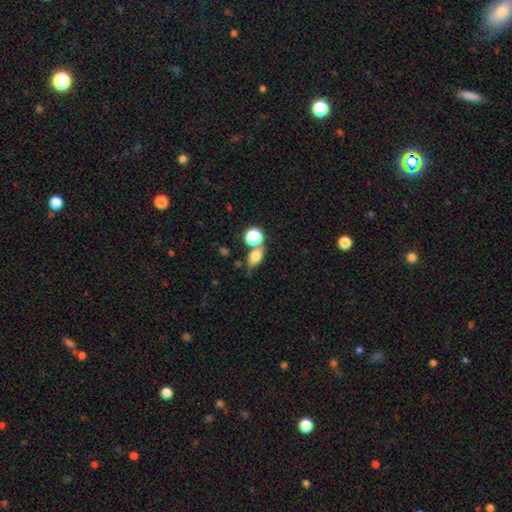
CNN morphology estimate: smooth 75%, star or artifact 14%, featured or disk 11%. Down the decision tree: how rounded — in between (72%); merging — none (55%).